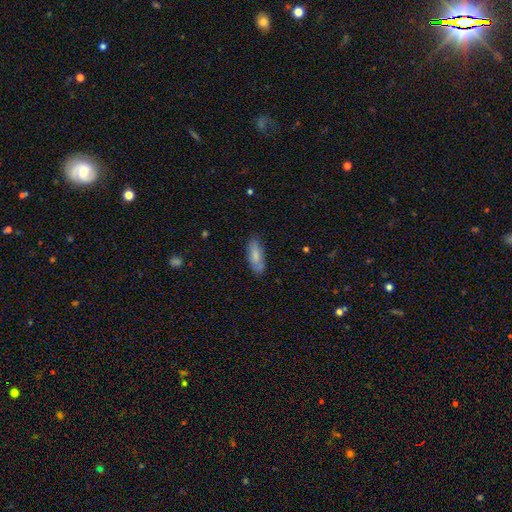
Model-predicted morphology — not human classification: A smooth galaxy with no disk features (79%) that is in between round and cigar-shaped (71%).

Vote fractions:
- Smooth or featured? smooth: 79% / featured or disk: 15% / star or artifact: 6%
- How rounded? in between: 71% / cigar-shaped: 27% / round: 2%
- Merging? none: 79% / minor disturbance: 16% / major disturbance: 3% / merger: 2%